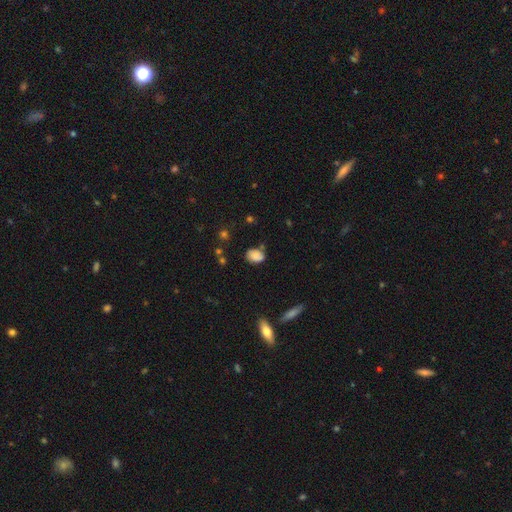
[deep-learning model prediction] smooth_or_featured: smooth (p=0.77) [alt: featured or disk p=0.12]
how_rounded: in between (p=0.73) [alt: round p=0.25]
merging: none (p=0.59) [alt: minor disturbance p=0.26]